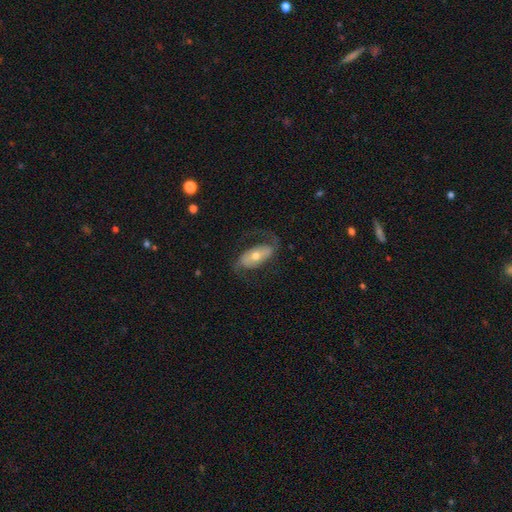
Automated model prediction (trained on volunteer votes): Overall: featured or disk (76%). Edge-on disk: no (93%). Bar: no (35%; strong 33%). Spiral arms: yes (91%). Spiral arm count: 2 (89%). Spiral winding: loose (46%; medium 41%). Bulge size: moderate (59%; small 32%). Merging: none (69%).